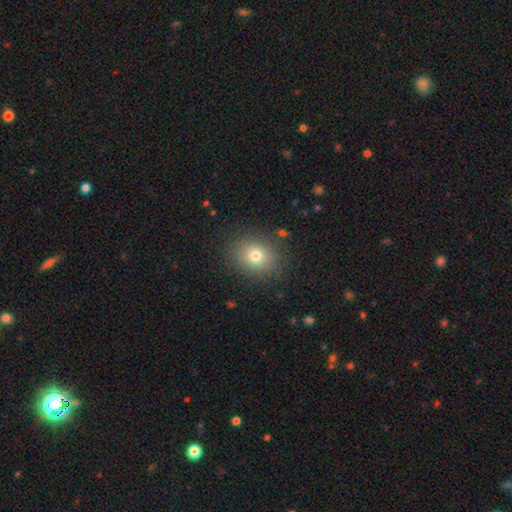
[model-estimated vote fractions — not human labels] Smooth or featured: smooth — 76% (star or artifact — 13%)
How rounded: round — 62% (in between — 37%)
Merging: none — 86% (minor disturbance — 9%)